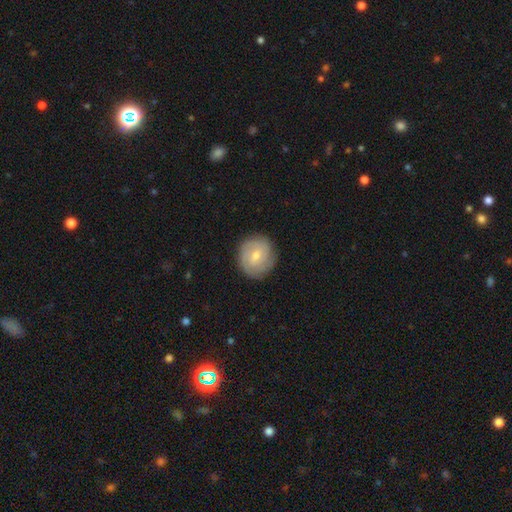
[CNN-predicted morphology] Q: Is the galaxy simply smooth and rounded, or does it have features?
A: featured or disk — 57%.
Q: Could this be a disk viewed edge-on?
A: no — 97%.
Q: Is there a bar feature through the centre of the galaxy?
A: no — 52%.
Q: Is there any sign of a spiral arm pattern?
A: yes — 86%.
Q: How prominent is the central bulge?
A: small — 52%.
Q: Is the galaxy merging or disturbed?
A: none — 85%.